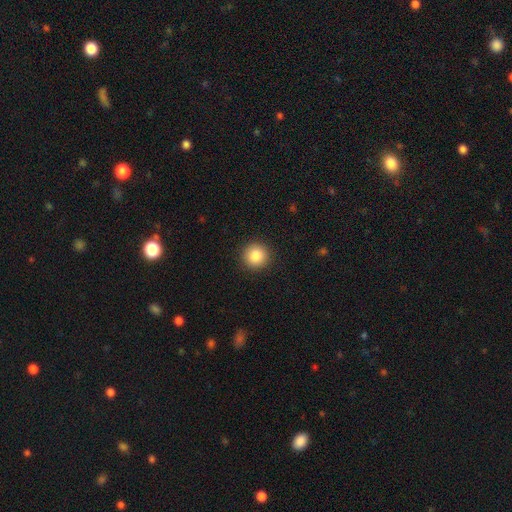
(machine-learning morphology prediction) type=smooth (85%); roundness=round (95%); merging=none (92%).